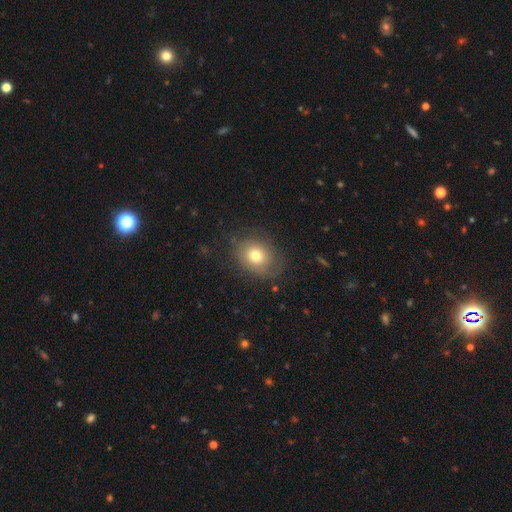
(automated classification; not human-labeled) Overall: smooth (70%). How rounded: in between (52%; round 47%). Merging: none (74%).